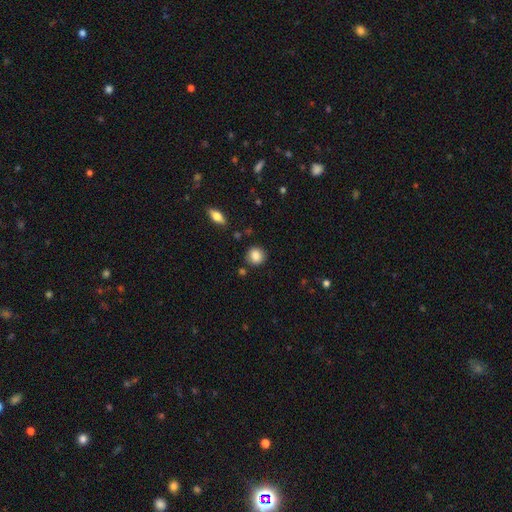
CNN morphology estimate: smooth 85%, star or artifact 8%, featured or disk 6%. Down the decision tree: how rounded — round (84%); merging — none (85%).